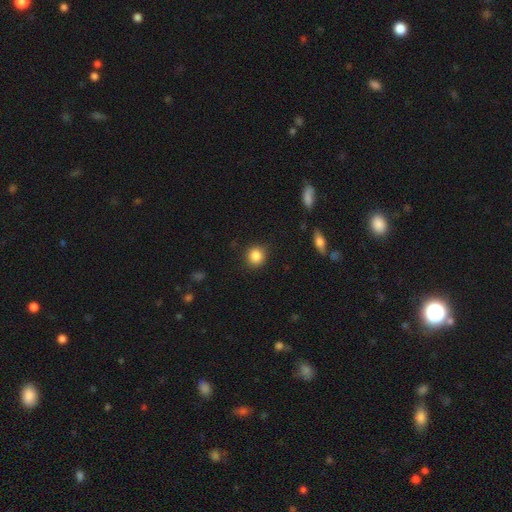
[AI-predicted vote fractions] smooth 86%, star or artifact 10%, featured or disk 5%. Down the decision tree: how rounded — round (89%); merging — none (88%).